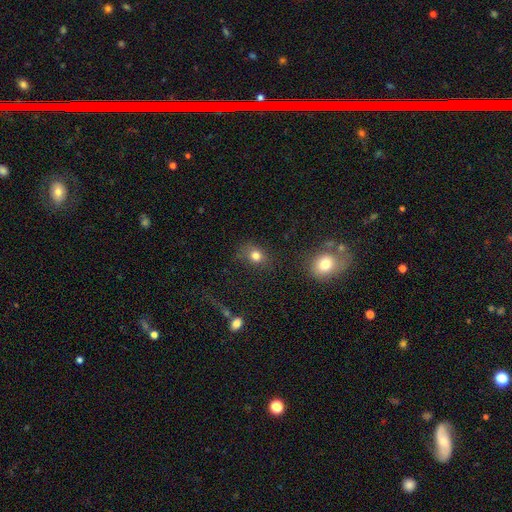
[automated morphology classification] Smooth or featured? Predicted: smooth (p=0.77). How rounded? Predicted: round (p=0.57). Merging? Predicted: none (p=0.70).